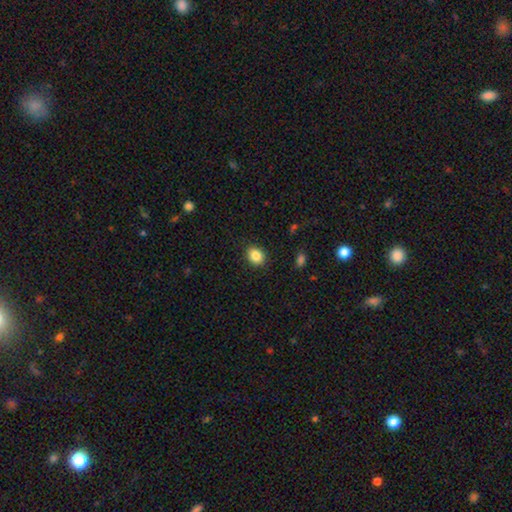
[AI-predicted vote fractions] This is clearly a smooth galaxy (87%). How rounded: possibly in between (56%). Merging: clearly none (89%).